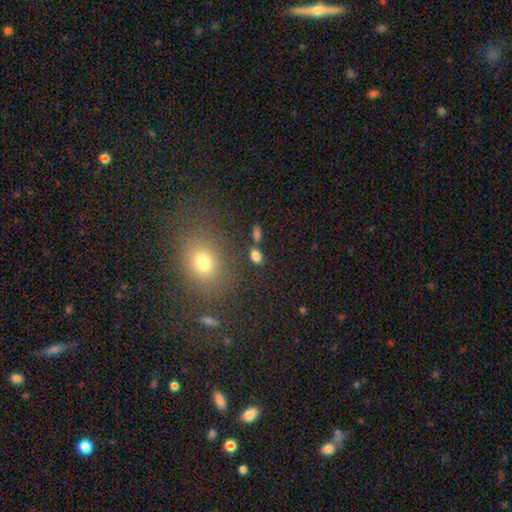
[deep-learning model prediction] smooth_or_featured: smooth (p=0.80) [alt: star or artifact p=0.13]
how_rounded: in between (p=0.77) [alt: round p=0.20]
merging: none (p=0.78) [alt: minor disturbance p=0.10]